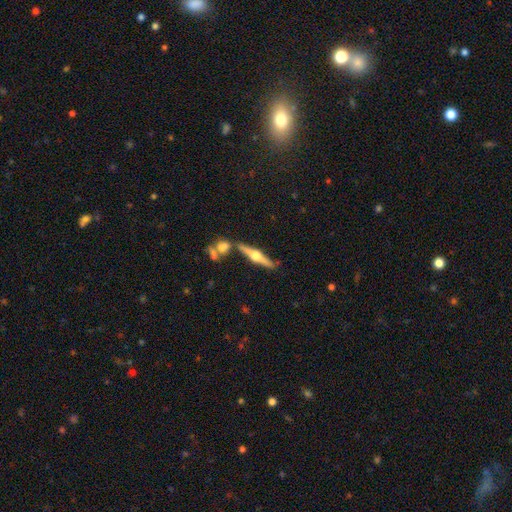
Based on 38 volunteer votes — smooth_or_featured: featured or disk (p=0.79) [alt: smooth p=0.21]
disk_edge_on: yes (p=1.00)
edge_on_bulge: rounded (p=1.00)
merging: none (p=0.82) [alt: merger p=0.11]